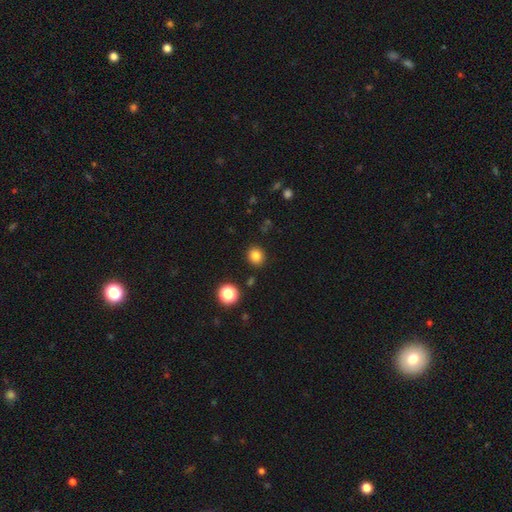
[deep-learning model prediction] This appears to be a smooth galaxy with no disk features (83%) that is round (82%). Merging: none (89%).